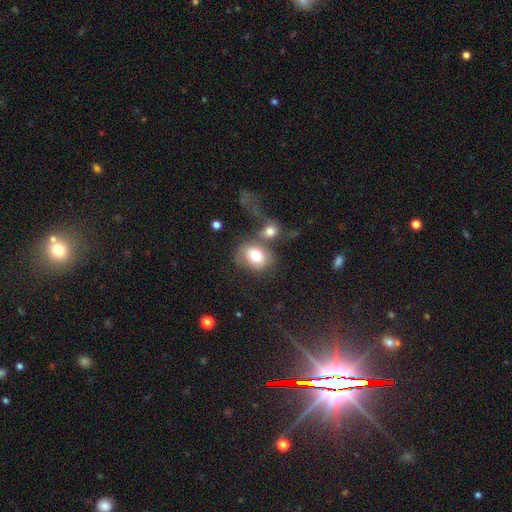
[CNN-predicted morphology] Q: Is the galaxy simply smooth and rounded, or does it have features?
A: smooth — 73%.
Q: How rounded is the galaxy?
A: in between — 55%.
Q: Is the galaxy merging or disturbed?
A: none — 35%, tied with merger.